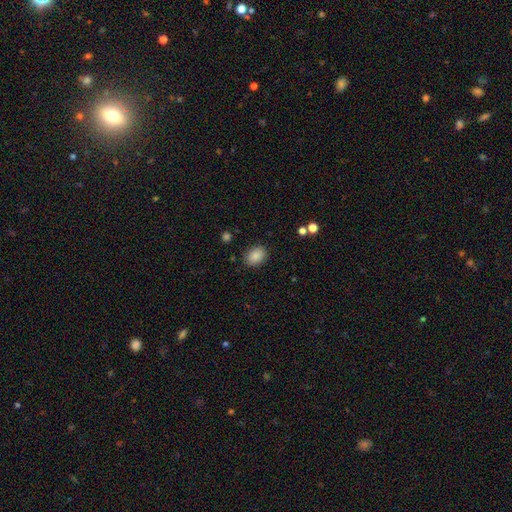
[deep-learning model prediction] smooth-or-featured: smooth: 87% | star or artifact: 8% | featured or disk: 5%
  how-rounded: in between: 72% | round: 27% | cigar-shaped: 1%
  merging: none: 86% | minor disturbance: 10% | major disturbance: 3% | merger: 1%